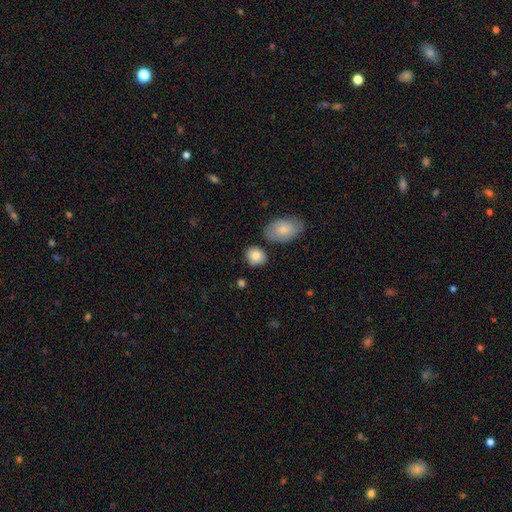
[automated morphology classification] Smooth or featured?
  - smooth: 83% *
  - featured or disk: 9%
  - star or artifact: 7%
How rounded?
  - round: 59% *
  - in between: 40%
  - cigar-shaped: 1%
Merging?
  - none: 74% *
  - minor disturbance: 13%
  - merger: 9%
  - major disturbance: 3%